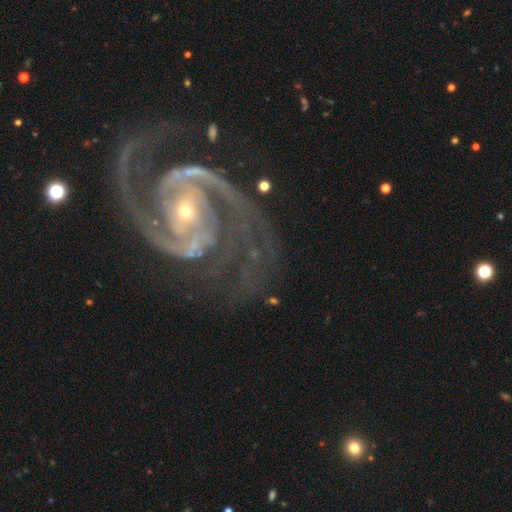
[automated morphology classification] Smooth or featured? featured or disk (94%)
Edge-on disk? no (98%)
Bar? no (47%)
Spiral arms? yes (99%)
Spiral winding? medium (55%)
Spiral arm count? 2 (88%)
Bulge size? small (68%)
Merging? none (70%)